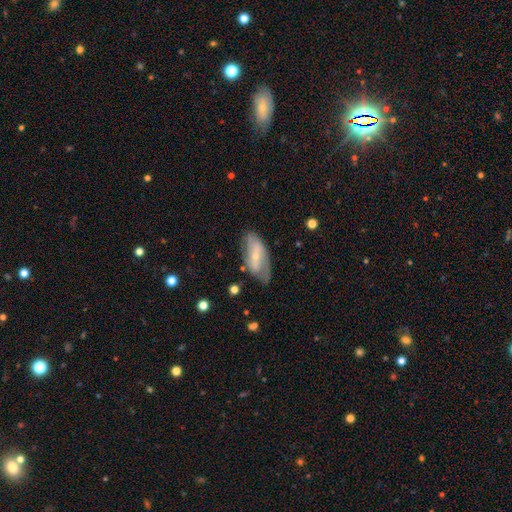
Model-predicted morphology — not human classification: Smooth or featured?
  - featured or disk: 64% *
  - smooth: 29%
  - star or artifact: 6%
Edge-on disk?
  - no: 89% *
  - yes: 11%
Bar?
  - weak: 38% *
  - strong: 32%
  - no: 30%
Spiral arms?
  - yes: 74% *
  - no: 26%
Bulge size?
  - small: 69% *
  - moderate: 26%
  - none: 3%
  - large: 2%
  - dominant: 1%
Merging?
  - none: 61% *
  - minor disturbance: 26%
  - major disturbance: 11%
  - merger: 2%